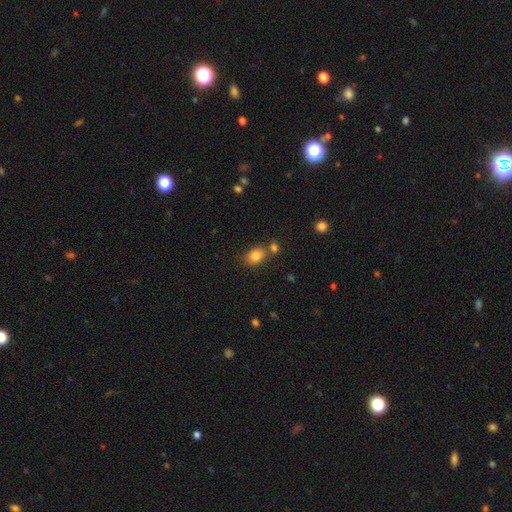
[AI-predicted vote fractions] Smooth or featured: smooth — 82% (star or artifact — 10%)
How rounded: in between — 61% (round — 37%)
Merging: none — 64% (merger — 18%)